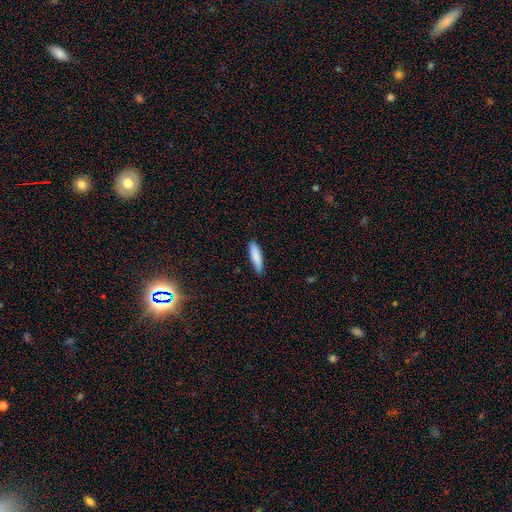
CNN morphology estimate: smooth-or-featured: smooth: 86% | featured or disk: 8% | star or artifact: 6%
  how-rounded: cigar-shaped: 69% | in between: 30% | round: 1%
  merging: none: 85% | minor disturbance: 12% | major disturbance: 2% | merger: 1%